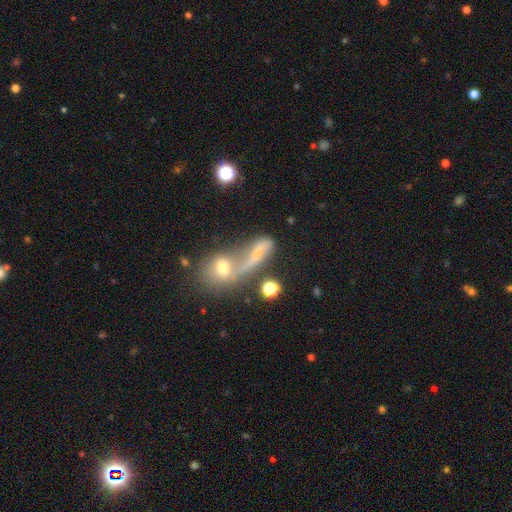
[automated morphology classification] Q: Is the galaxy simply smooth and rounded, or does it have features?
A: smooth — 43%.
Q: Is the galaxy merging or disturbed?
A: merger — 54%.